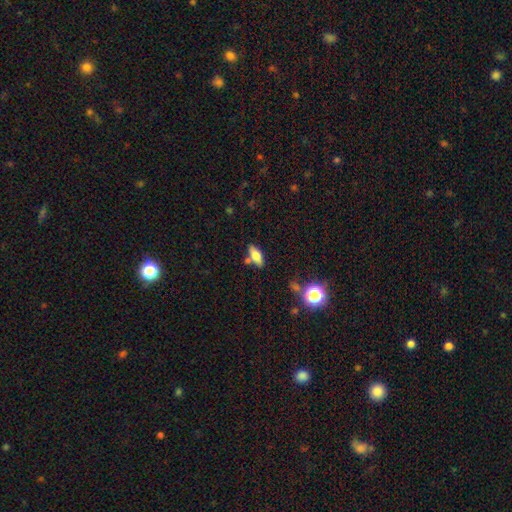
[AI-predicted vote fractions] Smooth or featured?
  - smooth: 63% *
  - featured or disk: 27%
  - star or artifact: 9%
How rounded?
  - in between: 72% *
  - cigar-shaped: 25%
  - round: 3%
Merging?
  - none: 73% *
  - minor disturbance: 13%
  - merger: 10%
  - major disturbance: 3%